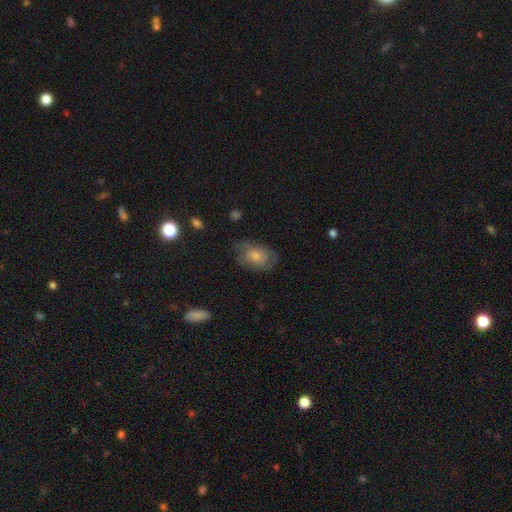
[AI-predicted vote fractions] Smooth or featured? smooth (48%)
Merging? none (66%)